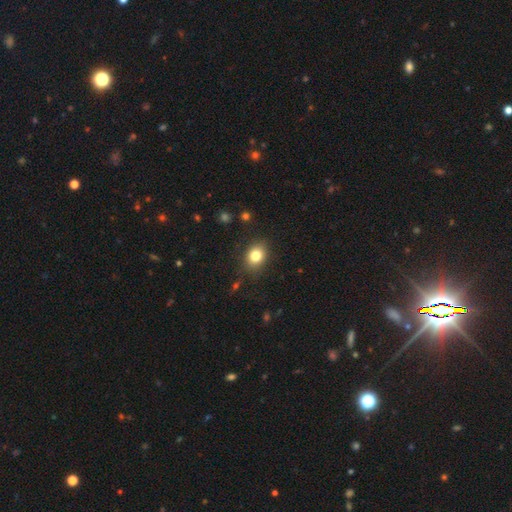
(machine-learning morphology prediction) Smooth or featured? Predicted: smooth (p=0.81). How rounded? Predicted: in between (p=0.51). Merging? Predicted: none (p=0.84).